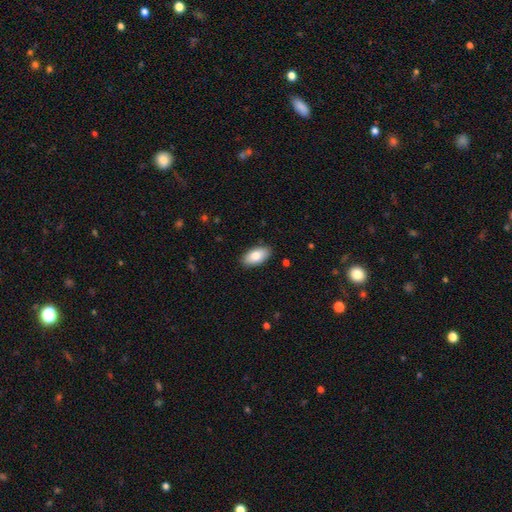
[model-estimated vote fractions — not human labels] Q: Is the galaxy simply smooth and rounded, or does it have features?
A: smooth — 83%.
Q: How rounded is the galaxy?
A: in between — 94%.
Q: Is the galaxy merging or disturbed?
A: none — 88%.